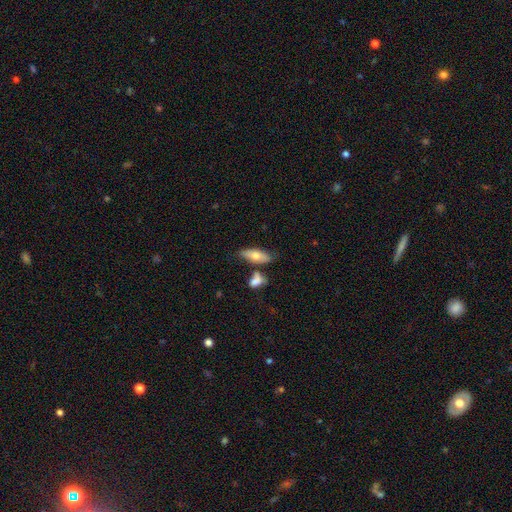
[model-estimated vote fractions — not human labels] smooth_or_featured: smooth (p=0.68) [alt: featured or disk p=0.26]
how_rounded: in between (p=0.73) [alt: cigar-shaped p=0.23]
merging: none (p=0.60) [alt: merger p=0.18]